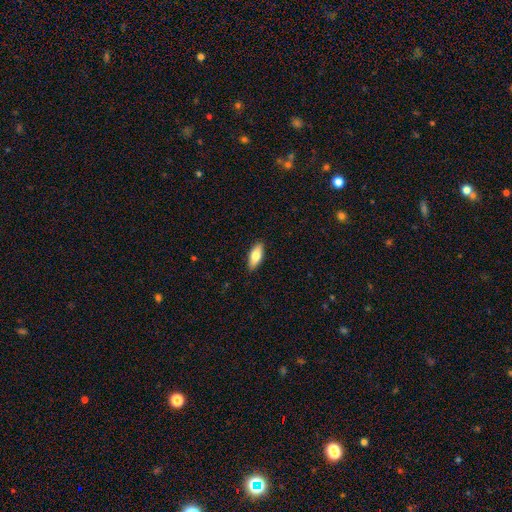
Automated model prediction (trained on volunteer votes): The model was most divided on "how rounded": in between: 76%, cigar-shaped: 21%, round: 2%. More confident: merging — none (89%); smooth or featured — smooth (75%).